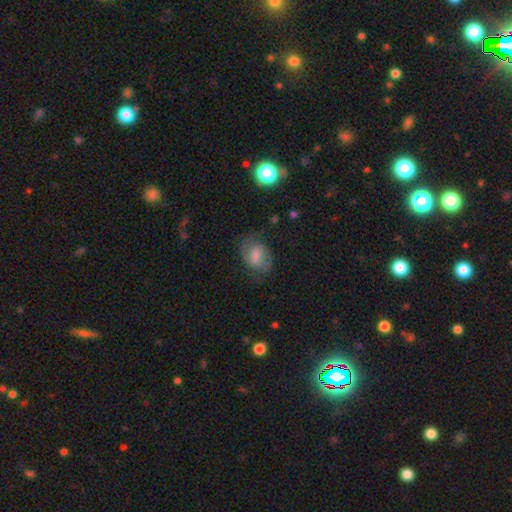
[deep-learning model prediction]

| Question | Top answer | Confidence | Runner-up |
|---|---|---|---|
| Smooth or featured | featured or disk | 66% | smooth (26%) |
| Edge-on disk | no | 97% | yes (3%) |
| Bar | weak | 52% | no (31%) |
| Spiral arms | yes | 91% | no (9%) |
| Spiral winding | medium | 52% | tight (25%) |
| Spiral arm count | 2 | 87% | can't tell (7%) |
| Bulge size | moderate | 42% | small (32%) |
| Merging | none | 69% | minor disturbance (19%) |